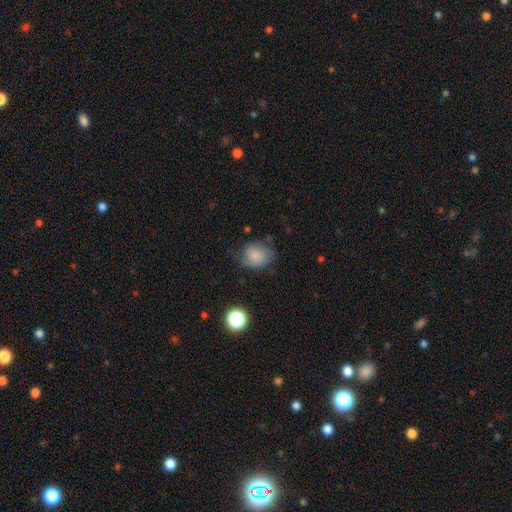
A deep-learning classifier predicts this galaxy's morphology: Overall: smooth (63%; featured or disk 27%). How rounded: round (55%; in between 45%). Merging: none (52%; minor disturbance 30%).